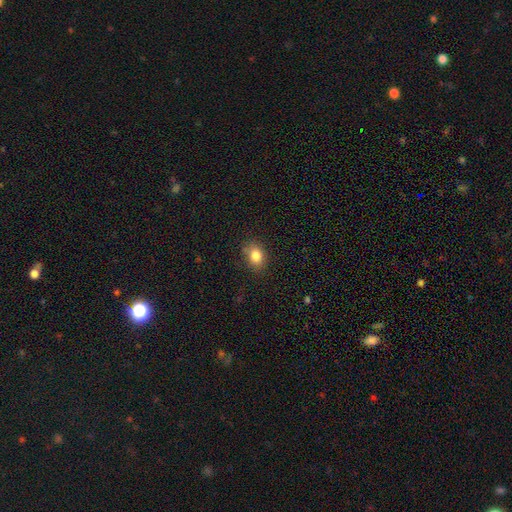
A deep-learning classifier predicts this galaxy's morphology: Smooth or featured? smooth (83%)
How rounded? in between (62%)
Merging? none (81%)